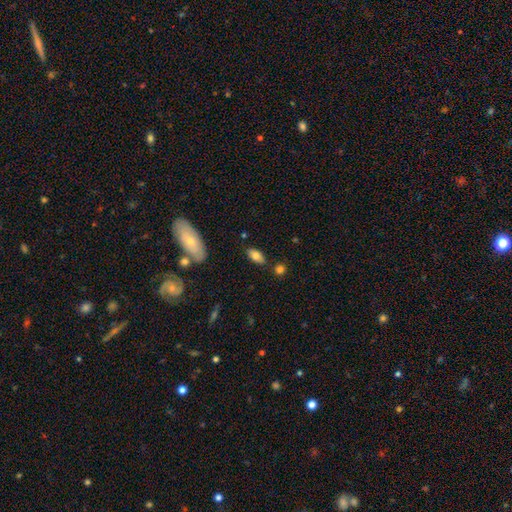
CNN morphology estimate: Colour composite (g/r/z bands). It shows a smooth galaxy with no disk features (77%) that is in between round and cigar-shaped (86%). Merging: none (78%).